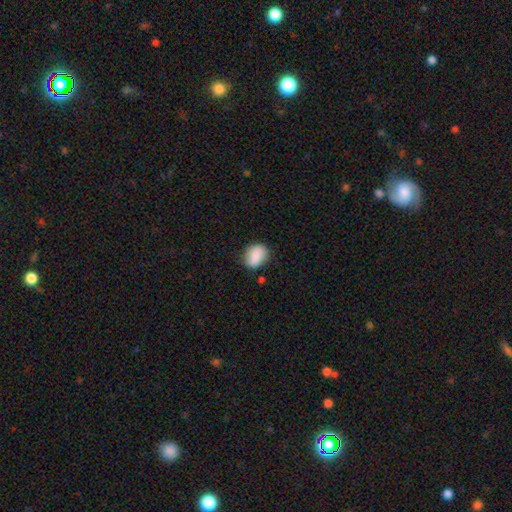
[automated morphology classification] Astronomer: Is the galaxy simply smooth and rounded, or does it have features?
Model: smooth — 87%.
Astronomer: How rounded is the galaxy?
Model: in between — 64%.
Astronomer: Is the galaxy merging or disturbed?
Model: none — 77%.